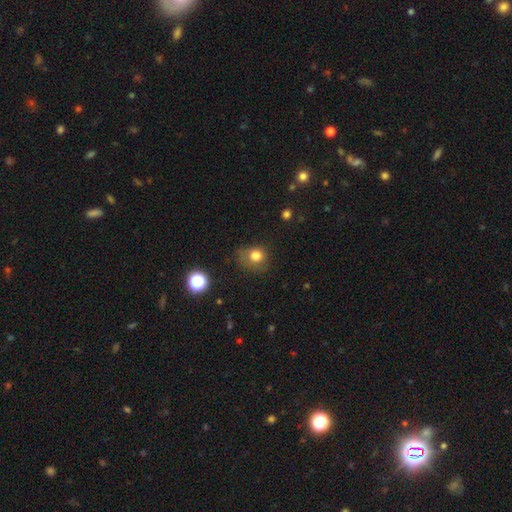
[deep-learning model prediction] Smooth or featured: smooth — 77% (star or artifact — 13%)
How rounded: round — 72% (in between — 27%)
Merging: none — 57% (minor disturbance — 27%)